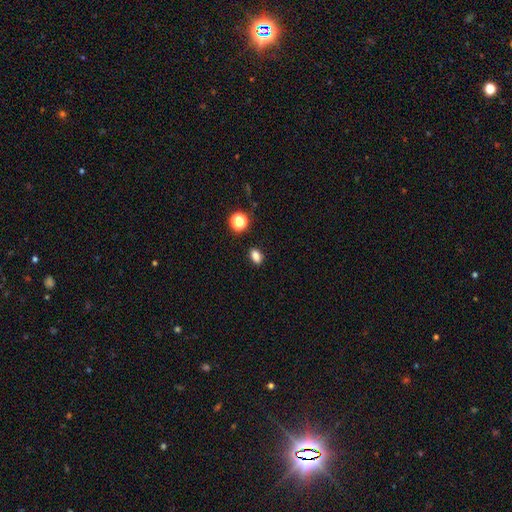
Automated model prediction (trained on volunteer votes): A smooth galaxy with no disk features (81%) that is in between round and cigar-shaped (79%).

Vote fractions:
- Smooth or featured? smooth: 81% / star or artifact: 13% / featured or disk: 6%
- How rounded? in between: 79% / round: 18% / cigar-shaped: 3%
- Merging? none: 87% / minor disturbance: 8% / merger: 2% / major disturbance: 2%